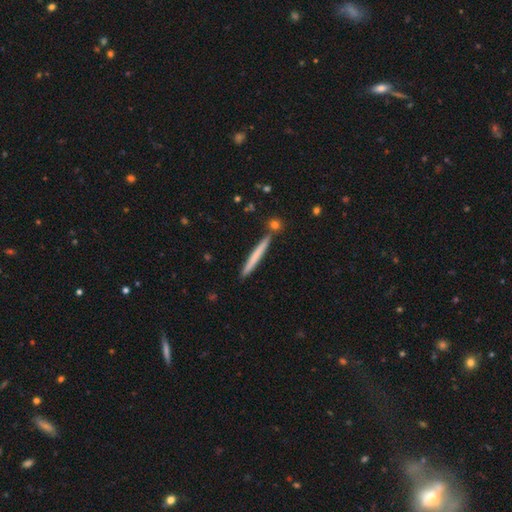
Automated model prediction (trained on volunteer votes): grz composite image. It shows a smooth galaxy with no disk features (62%) that is cigar-shaped (97%). Merging: none (88%).